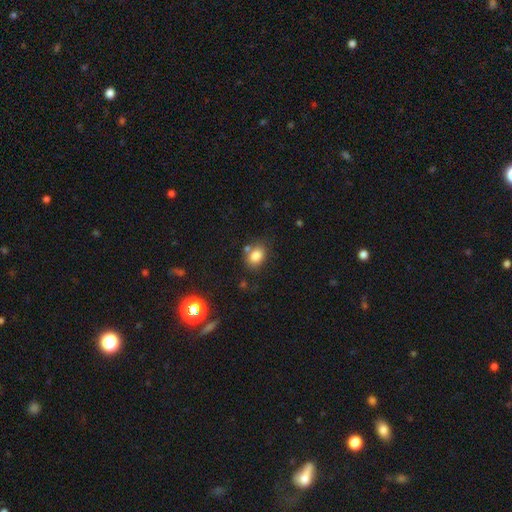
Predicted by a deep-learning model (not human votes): Overall: smooth (82%). How rounded: in between (68%; round 31%). Merging: none (70%).